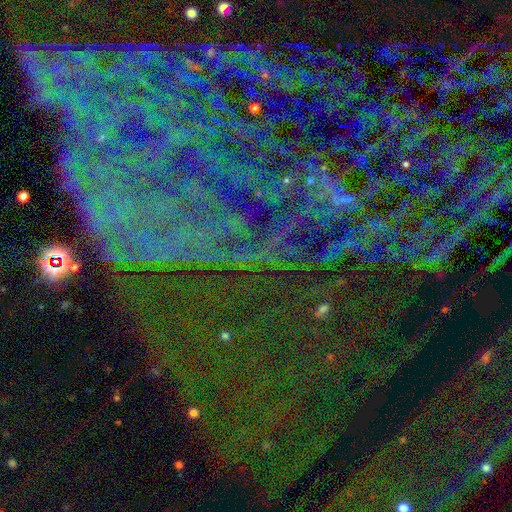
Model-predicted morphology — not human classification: type=star or artifact (82%).